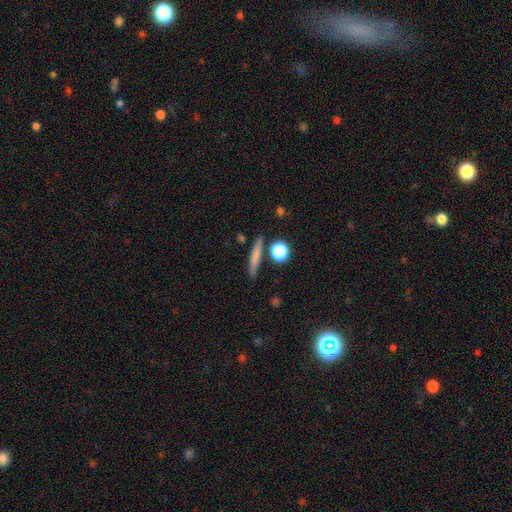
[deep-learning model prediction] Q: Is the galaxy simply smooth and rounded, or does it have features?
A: smooth — 69%.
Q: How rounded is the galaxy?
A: cigar-shaped — 81%.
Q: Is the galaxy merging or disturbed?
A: none — 82%.